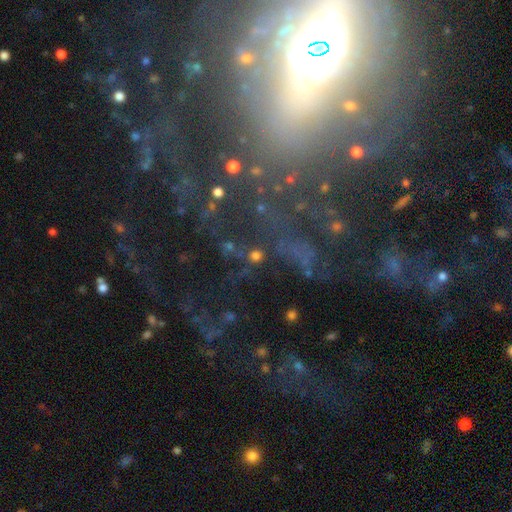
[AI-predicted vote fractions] Q: Smooth or featured?
A: star or artifact (43%); runner-up: smooth (40%)